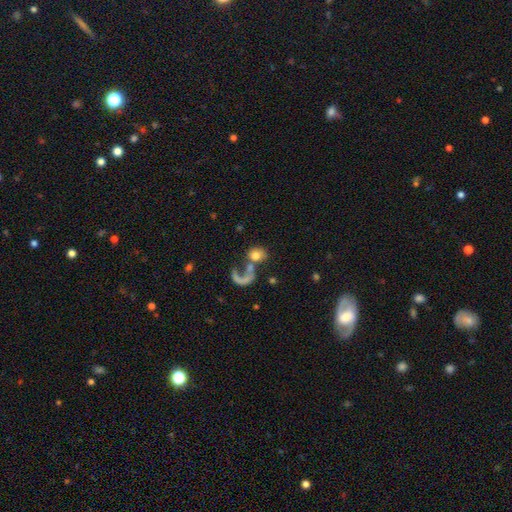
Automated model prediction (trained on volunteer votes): This is likely a smooth galaxy (61%). How rounded: likely round (64%). Merging: marginally merger (31%).